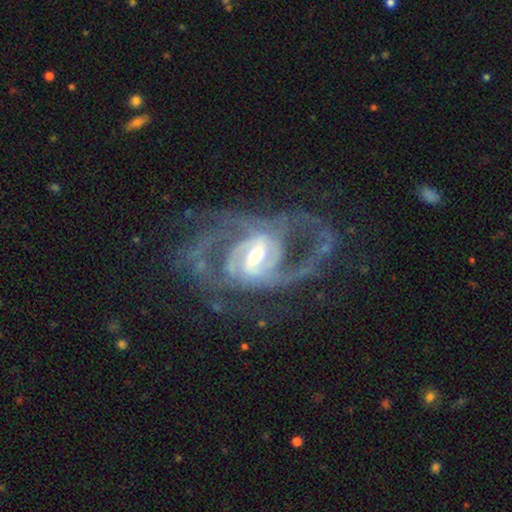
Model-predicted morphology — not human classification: Smooth or featured? featured or disk (91%)
Edge-on disk? no (97%)
Bar? weak (46%)
Spiral arms? yes (97%)
Spiral winding? medium (54%)
Spiral arm count? 2 (52%)
Bulge size? moderate (55%)
Merging? none (58%)